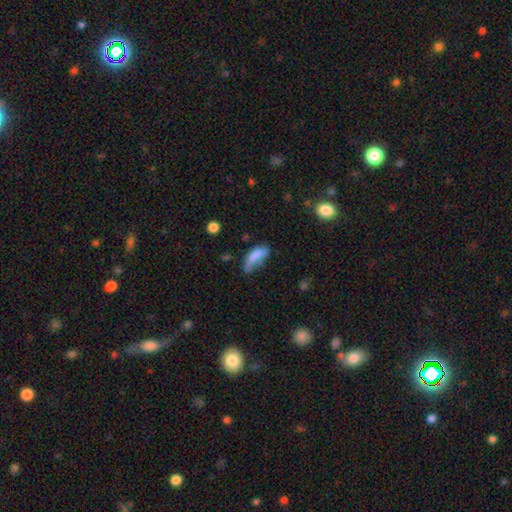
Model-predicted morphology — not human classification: Smooth or featured? smooth (70%)
How rounded? in between (66%)
Merging? minor disturbance (32%, tied with none)